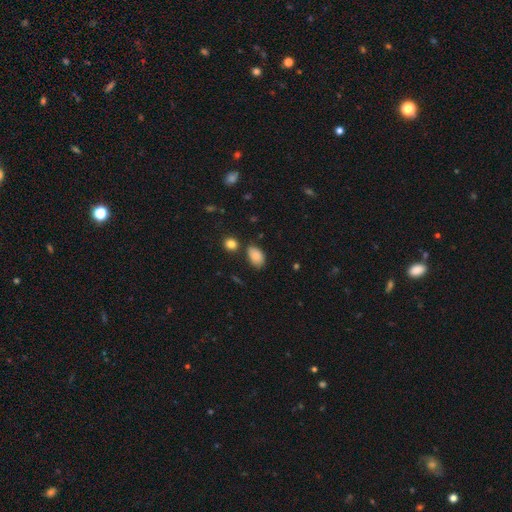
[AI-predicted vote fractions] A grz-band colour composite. It shows a smooth galaxy with no disk features (87%) that is in between round and cigar-shaped (91%). Merging: none (73%).